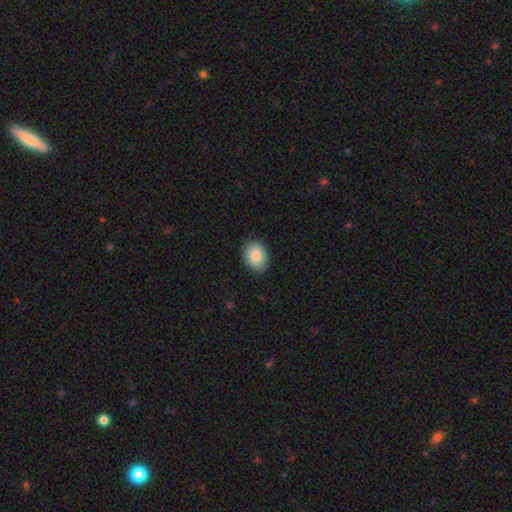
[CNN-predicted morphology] smooth-or-featured: smooth: 86% | star or artifact: 7% | featured or disk: 7%
  how-rounded: in between: 67% | round: 32% | cigar-shaped: 1%
  merging: none: 87% | minor disturbance: 10% | major disturbance: 2% | merger: 1%